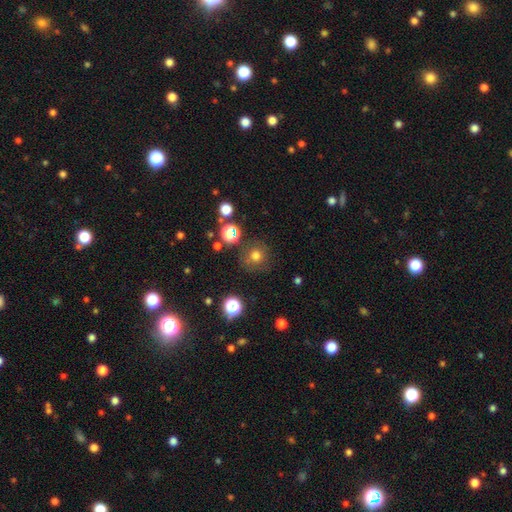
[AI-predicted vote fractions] smooth 69%, star or artifact 20%, featured or disk 11%. Down the decision tree: how rounded — round (92%); merging — none (79%).